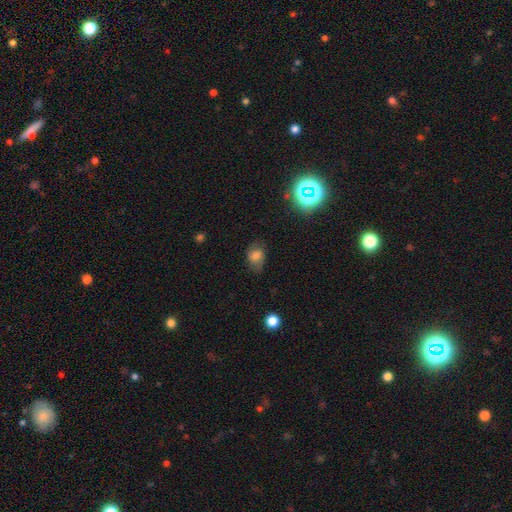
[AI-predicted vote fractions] Smooth or featured? Predicted: smooth (p=0.67). How rounded? Predicted: in between (p=0.69). Merging? Predicted: none (p=0.63).